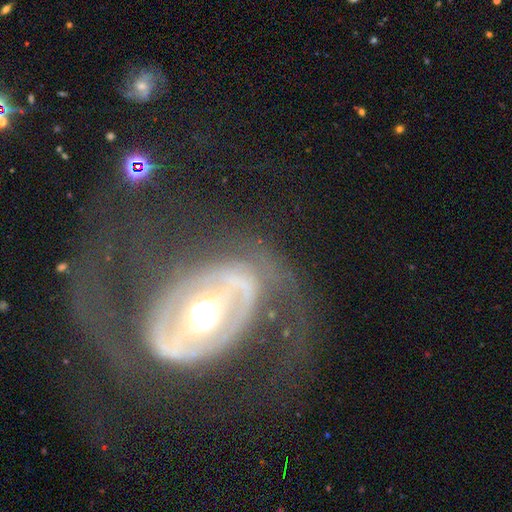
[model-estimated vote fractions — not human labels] This is clearly a featured or disk galaxy (80%). It is clearly not viewed edge-on (92%). Bar: marginally no (43%). Spiral arm pattern: likely yes (63%). Central bulge: likely moderate (61%). Merging: possibly none (59%).